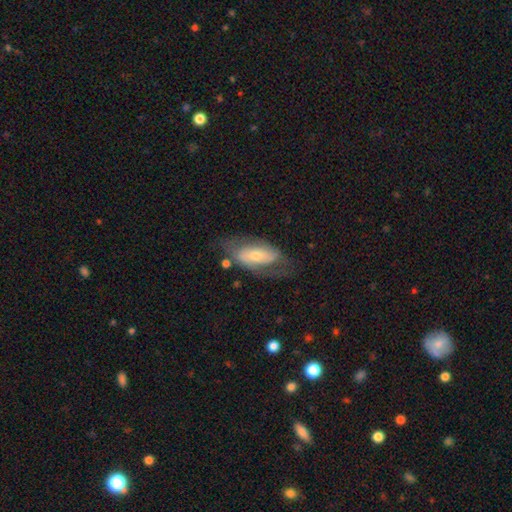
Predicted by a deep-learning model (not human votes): Morphology: type=featured or disk (52%); edge-on=no (88%); merging=none (52%).